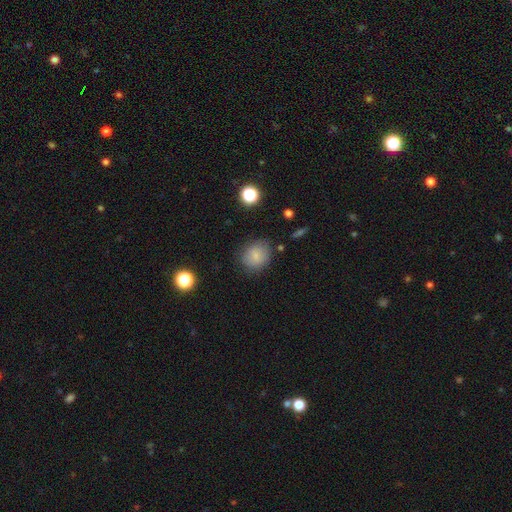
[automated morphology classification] type=smooth (81%); roundness=round (71%); merging=none (79%).